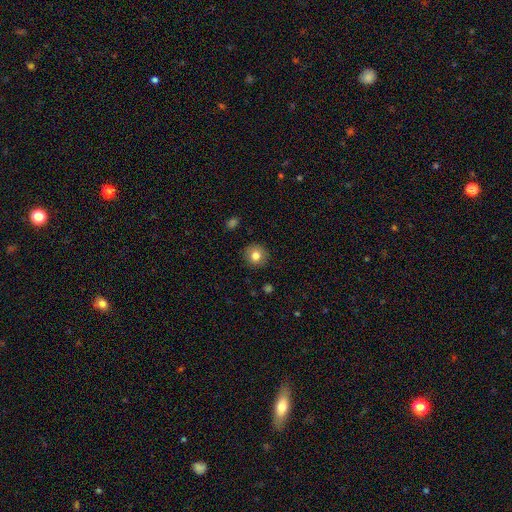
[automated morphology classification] Q: Smooth or featured?
A: smooth (81%); runner-up: star or artifact (10%)
Q: How rounded?
A: round (92%); runner-up: in between (7%)
Q: Merging?
A: none (90%); runner-up: minor disturbance (7%)